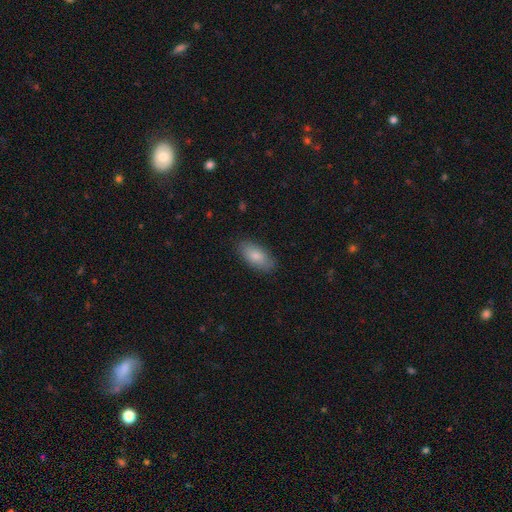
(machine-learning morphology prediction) Q: Smooth or featured?
A: smooth (82%); runner-up: featured or disk (12%)
Q: How rounded?
A: in between (92%); runner-up: cigar-shaped (6%)
Q: Merging?
A: none (84%); runner-up: minor disturbance (12%)